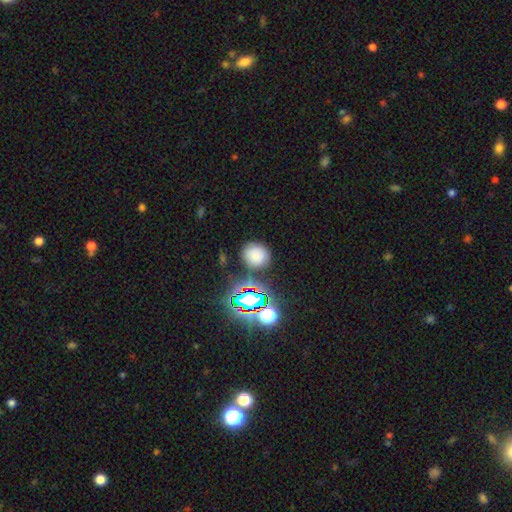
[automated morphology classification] smooth_or_featured: smooth (p=0.71) [alt: star or artifact p=0.21]
how_rounded: round (p=0.83) [alt: in between p=0.16]
merging: none (p=0.79) [alt: minor disturbance p=0.12]